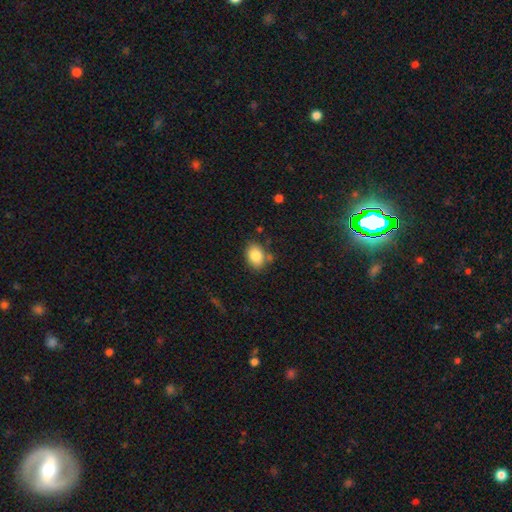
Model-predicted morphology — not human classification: A smooth galaxy with no disk features (85%) that is in between round and cigar-shaped (75%).

Vote fractions:
- Smooth or featured? smooth: 85% / star or artifact: 8% / featured or disk: 7%
- How rounded? in between: 75% / round: 24% / cigar-shaped: 1%
- Merging? none: 75% / minor disturbance: 15% / merger: 6% / major disturbance: 4%